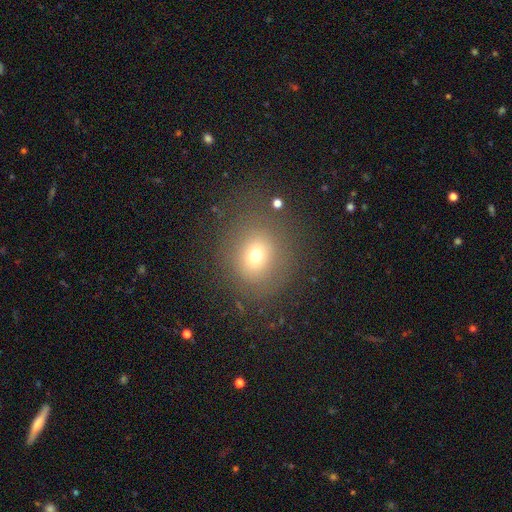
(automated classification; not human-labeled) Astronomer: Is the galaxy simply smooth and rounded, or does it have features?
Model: smooth — 67%.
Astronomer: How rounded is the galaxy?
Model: round — 79%.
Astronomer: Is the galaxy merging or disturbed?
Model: none — 77%.